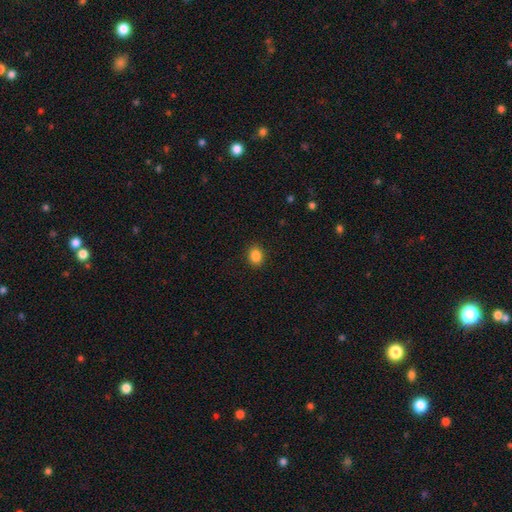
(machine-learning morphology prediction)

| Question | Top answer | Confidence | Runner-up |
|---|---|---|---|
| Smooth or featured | smooth | 86% | star or artifact (10%) |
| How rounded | round | 60% | in between (39%) |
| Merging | none | 91% | minor disturbance (6%) |